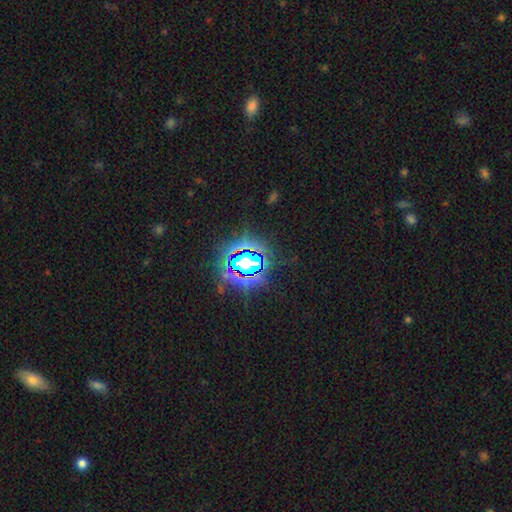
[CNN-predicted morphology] A star or artifact, not a galaxy (79%).

Vote fractions:
- Smooth or featured? star or artifact: 79% / smooth: 13% / featured or disk: 8%